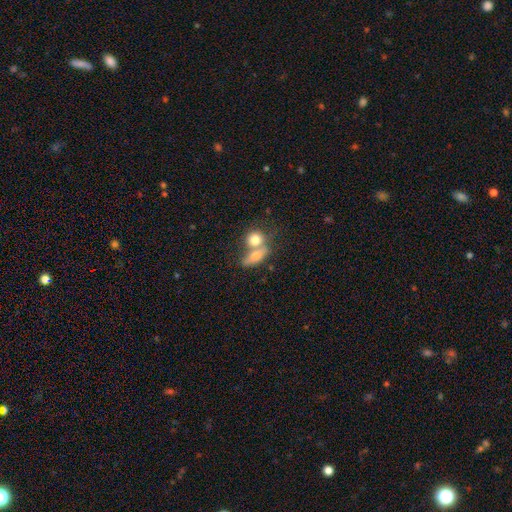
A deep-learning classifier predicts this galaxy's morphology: Smooth or featured?
  - smooth: 76% *
  - featured or disk: 15%
  - star or artifact: 9%
How rounded?
  - in between: 58% *
  - round: 29%
  - cigar-shaped: 14%
Merging?
  - merger: 50% *
  - none: 31%
  - minor disturbance: 11%
  - major disturbance: 9%